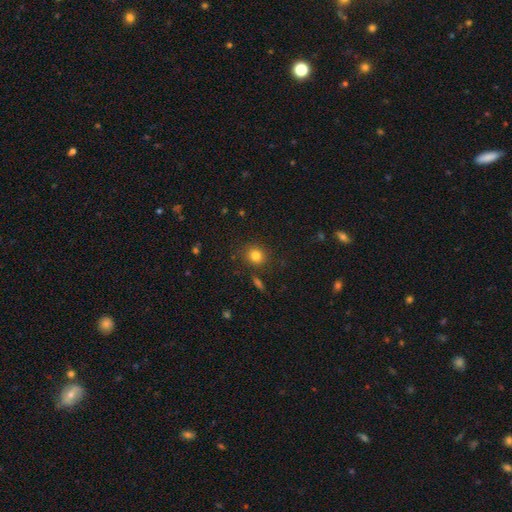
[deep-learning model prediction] Smooth or featured? Predicted: smooth (p=0.81). How rounded? Predicted: round (p=0.85). Merging? Predicted: none (p=0.86).